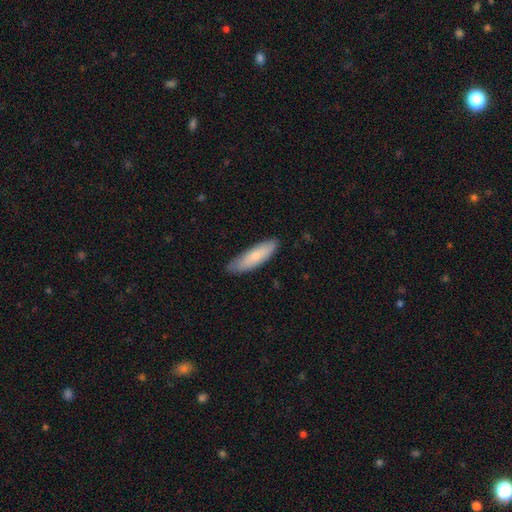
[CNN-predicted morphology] The model was most divided on "how rounded": cigar-shaped: 58%, in between: 41%, round: 2%. More confident: merging — none (80%); smooth or featured — smooth (73%).